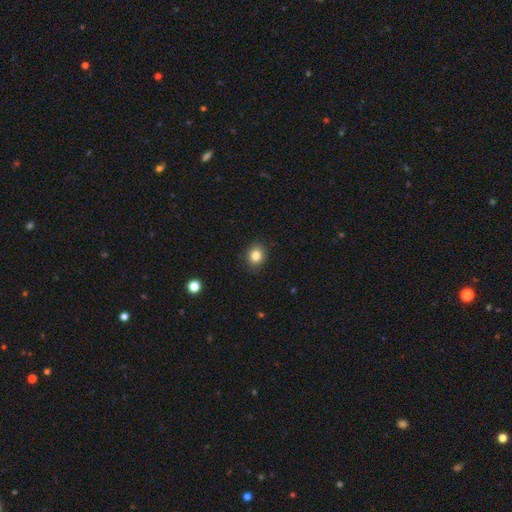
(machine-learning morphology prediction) Overall: smooth (84%). How rounded: round (64%; in between 36%). Merging: none (89%).